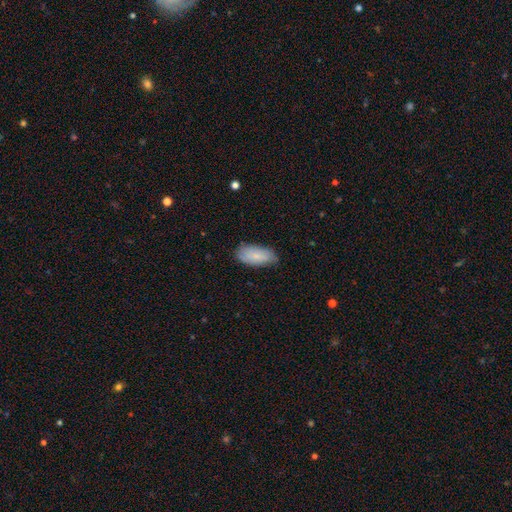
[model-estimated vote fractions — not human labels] smooth-or-featured: smooth: 76% | featured or disk: 18% | star or artifact: 7%
  how-rounded: in between: 91% | cigar-shaped: 6% | round: 2%
  merging: none: 74% | minor disturbance: 22% | major disturbance: 4% | merger: 1%